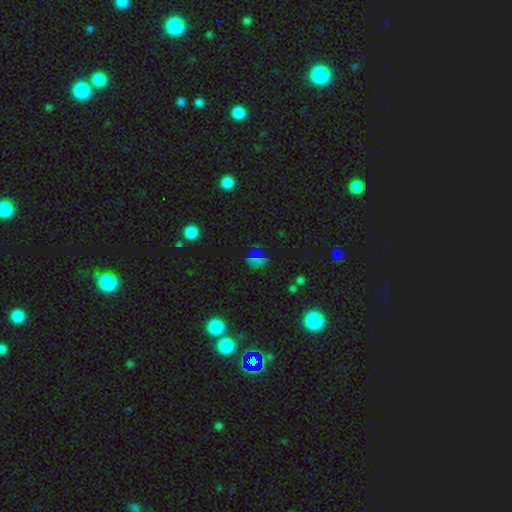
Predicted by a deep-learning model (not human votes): Smooth or featured? star or artifact (48%)